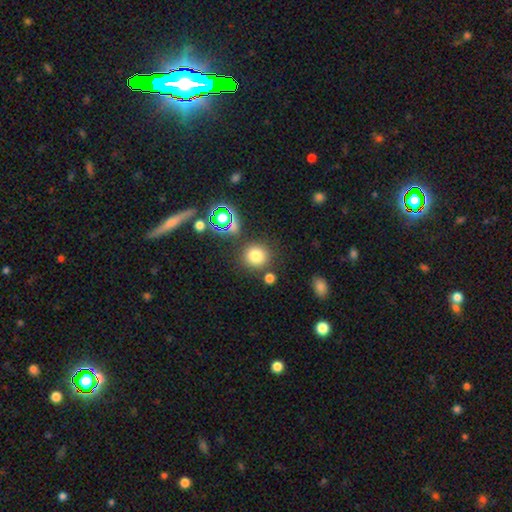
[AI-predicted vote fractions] Overall: smooth (76%). How rounded: round (91%). Merging: none (81%).